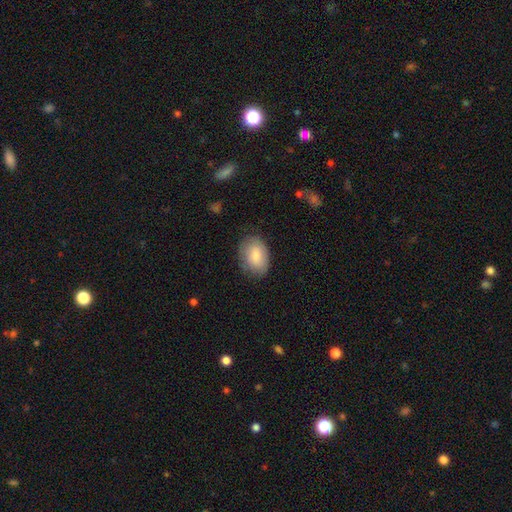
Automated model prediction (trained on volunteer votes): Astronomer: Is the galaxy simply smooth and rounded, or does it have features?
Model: smooth — 83%.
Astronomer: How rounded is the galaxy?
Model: in between — 83%.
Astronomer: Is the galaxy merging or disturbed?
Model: none — 79%.